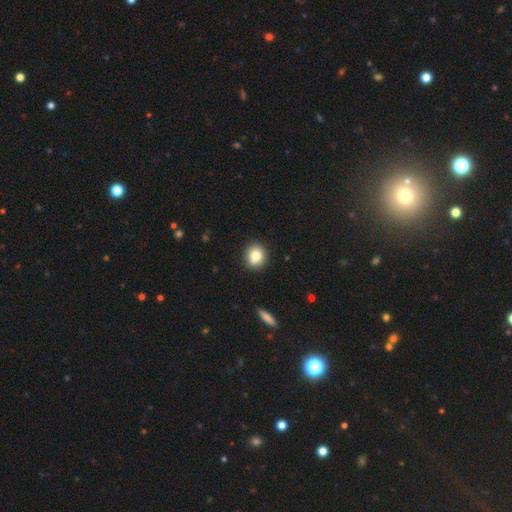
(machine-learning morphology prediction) Smooth or featured? Predicted: smooth (p=0.81). How rounded? Predicted: round (p=0.77). Merging? Predicted: none (p=0.86).